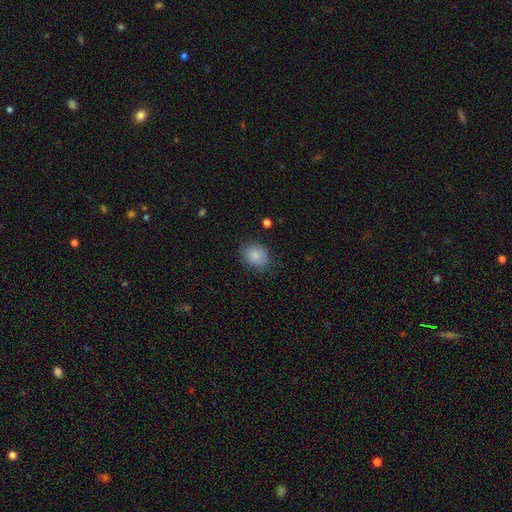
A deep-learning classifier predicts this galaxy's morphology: type=smooth (85%); roundness=in between (56%); merging=none (77%).